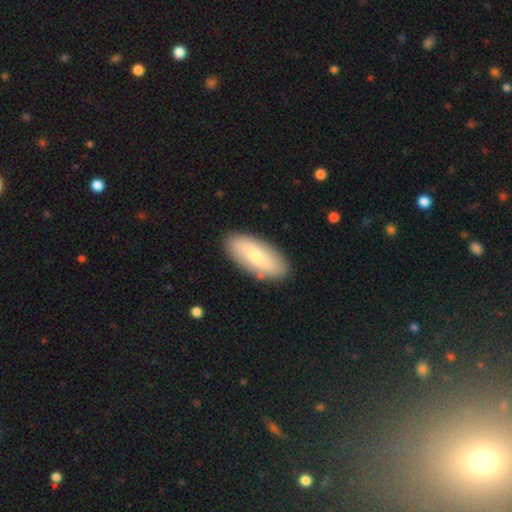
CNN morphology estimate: A smooth galaxy with no disk features (63%) that is in between round and cigar-shaped (84%).

Vote fractions:
- Smooth or featured? smooth: 63% / featured or disk: 32% / star or artifact: 6%
- How rounded? in between: 84% / cigar-shaped: 14% / round: 2%
- Merging? none: 87% / minor disturbance: 9% / major disturbance: 2% / merger: 2%